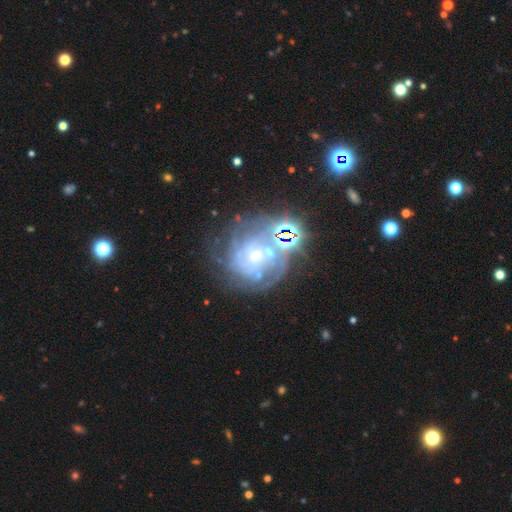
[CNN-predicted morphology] Q: Smooth or featured?
A: featured or disk (73%); runner-up: star or artifact (16%)
Q: Edge-on disk?
A: no (98%); runner-up: yes (2%)
Q: Bar?
A: no (78%); runner-up: weak (17%)
Q: Spiral arms?
A: yes (83%); runner-up: no (17%)
Q: Spiral winding?
A: tight (60%); runner-up: medium (30%)
Q: Spiral arm count?
A: can't tell (43%); runner-up: 3 (17%)
Q: Bulge size?
A: small (65%); runner-up: moderate (25%)
Q: Merging?
A: none (50%); runner-up: minor disturbance (19%)